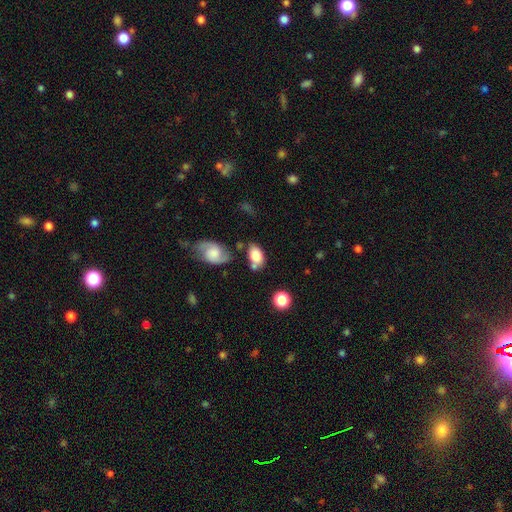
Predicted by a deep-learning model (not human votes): Morphology: type=smooth (79%); roundness=in between (88%); merging=none (52%).